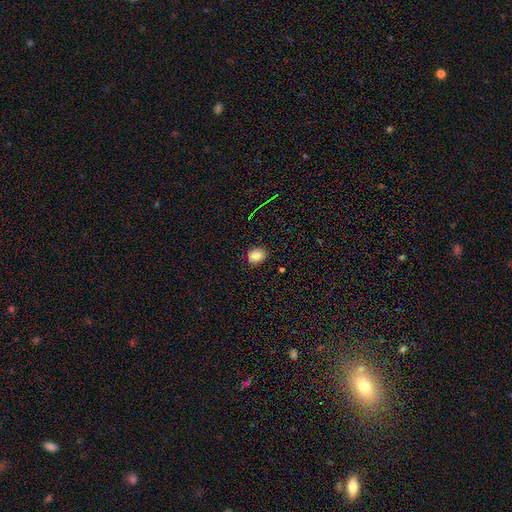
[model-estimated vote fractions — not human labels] The model was most divided on "how rounded": round: 60%, in between: 39%, cigar-shaped: 1%. More confident: merging — none (89%); smooth or featured — smooth (81%).